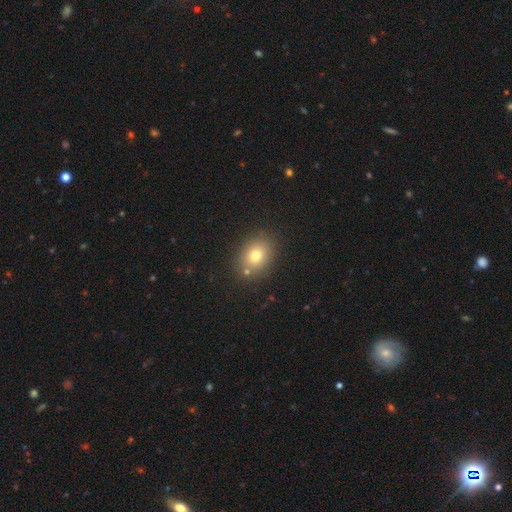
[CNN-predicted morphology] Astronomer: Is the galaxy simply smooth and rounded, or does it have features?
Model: smooth — 75%.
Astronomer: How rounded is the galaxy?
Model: in between — 58% (runner-up: round, 41%).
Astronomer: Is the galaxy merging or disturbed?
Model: none — 82%.